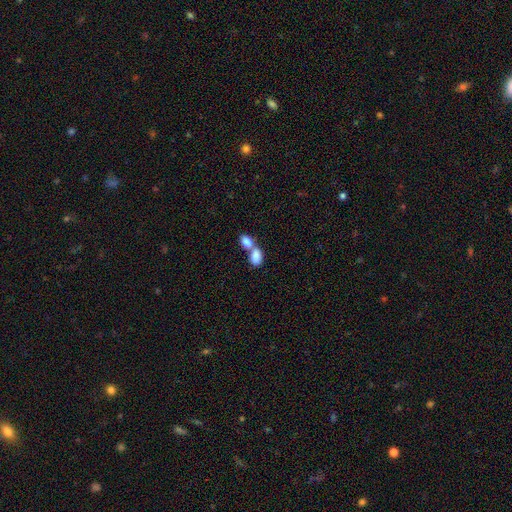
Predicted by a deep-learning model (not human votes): smooth 83%, featured or disk 10%, star or artifact 7%. Down the decision tree: how rounded — in between (89%); merging — merger (72%).